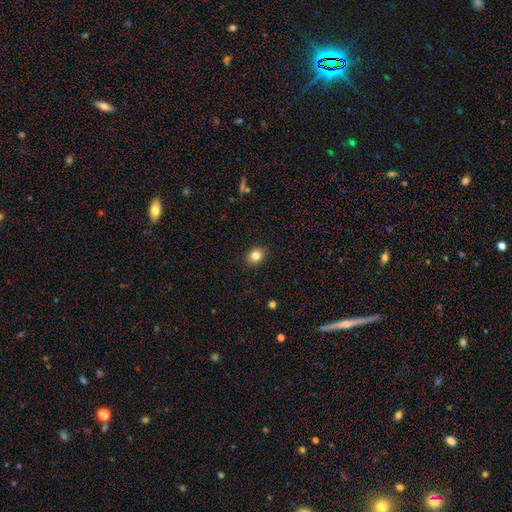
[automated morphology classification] Smooth or featured? smooth (83%)
How rounded? round (55%)
Merging? none (90%)